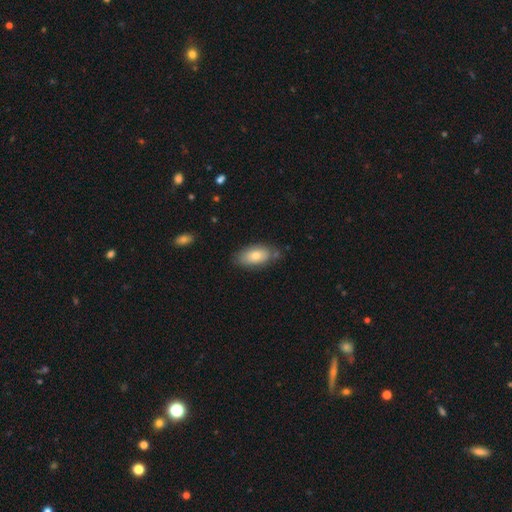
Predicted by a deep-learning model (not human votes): smooth-or-featured: smooth: 75% | featured or disk: 18% | star or artifact: 7%
  how-rounded: in between: 92% | round: 4% | cigar-shaped: 4%
  merging: none: 74% | minor disturbance: 18% | merger: 4% | major disturbance: 4%